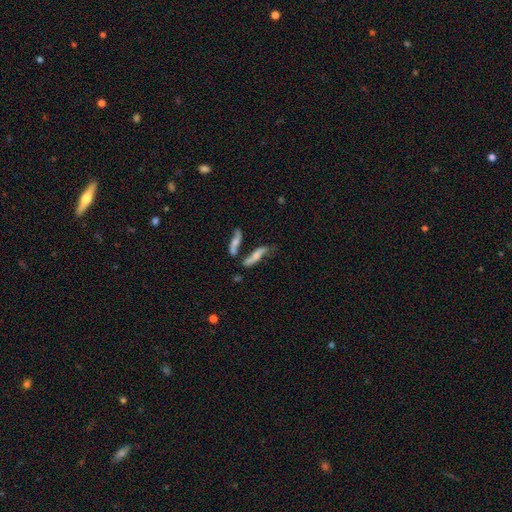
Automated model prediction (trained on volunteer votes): This is possibly a featured or disk galaxy (52%). It is possibly not viewed edge-on (56%). Merging: marginally none (41%).